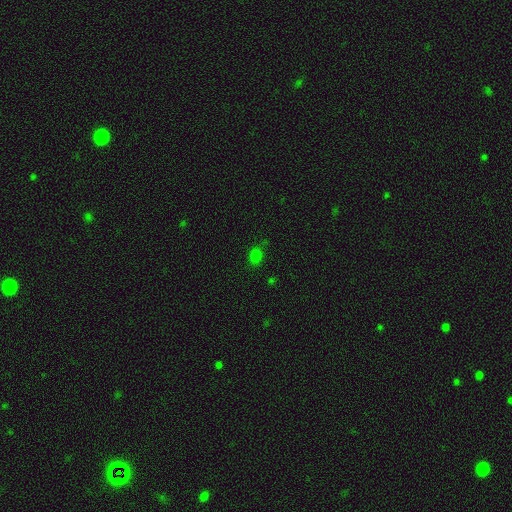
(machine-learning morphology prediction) Smooth or featured?
  - smooth: 76% *
  - star or artifact: 20%
  - featured or disk: 4%
How rounded?
  - round: 56% *
  - in between: 42%
  - cigar-shaped: 1%
Merging?
  - none: 81% *
  - minor disturbance: 13%
  - major disturbance: 4%
  - merger: 2%